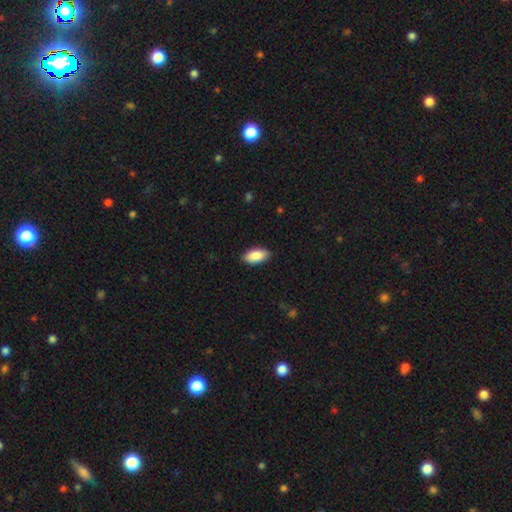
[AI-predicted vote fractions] smooth-or-featured: smooth: 89% | star or artifact: 6% | featured or disk: 5%
  how-rounded: in between: 92% | cigar-shaped: 5% | round: 2%
  merging: none: 87% | minor disturbance: 10% | major disturbance: 2% | merger: 1%